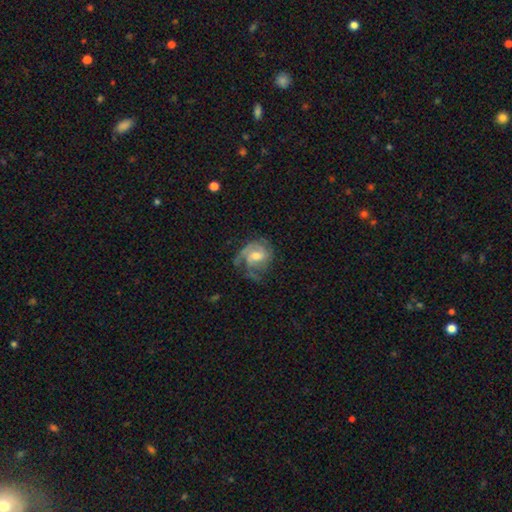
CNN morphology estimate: This is likely a featured or disk galaxy (77%). It is clearly not viewed edge-on (97%). Bar: possibly no (48%). Spiral arm pattern: clearly yes (92%). Spiral arm count: marginally 2 (32%). Spiral winding: marginally tight (41%). Central bulge: likely moderate (63%). Merging: possibly none (49%).